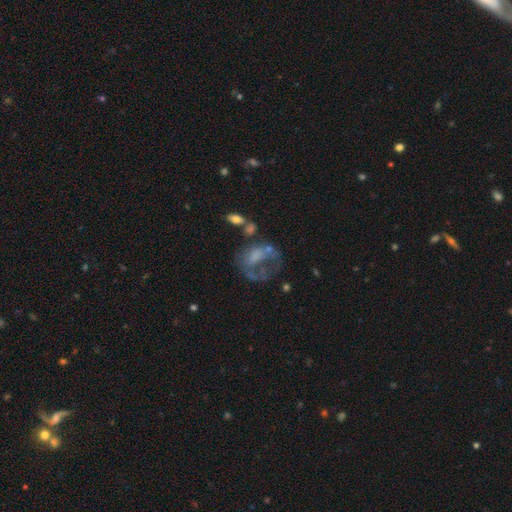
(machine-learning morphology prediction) Q: Smooth or featured?
A: featured or disk (57%); runner-up: smooth (26%)
Q: Edge-on disk?
A: no (97%); runner-up: yes (3%)
Q: Bar?
A: no (79%); runner-up: weak (16%)
Q: Spiral arms?
A: no (74%); runner-up: yes (26%)
Q: Bulge size?
A: none (48%); runner-up: moderate (22%)
Q: Merging?
A: major disturbance (39%); runner-up: none (31%)